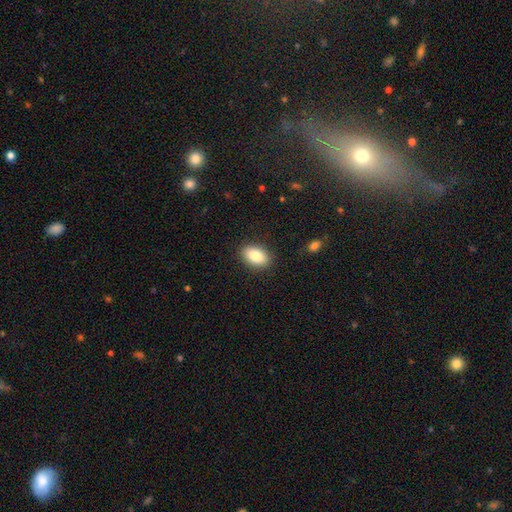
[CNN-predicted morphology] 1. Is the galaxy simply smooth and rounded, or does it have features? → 84% smooth, 9% featured or disk, 7% star or artifact.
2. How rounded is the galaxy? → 90% in between, 9% round, 2% cigar-shaped.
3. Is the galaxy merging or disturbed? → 88% none, 8% minor disturbance, 2% major disturbance, 1% merger.